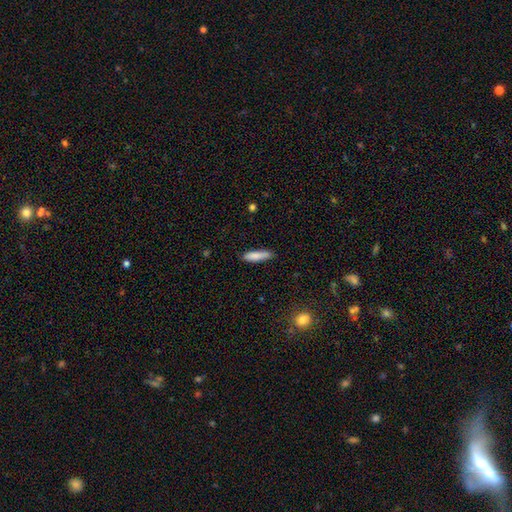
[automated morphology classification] smooth-or-featured: smooth: 85% | featured or disk: 9% | star or artifact: 6%
  how-rounded: cigar-shaped: 75% | in between: 24% | round: 2%
  merging: none: 83% | minor disturbance: 13% | major disturbance: 2% | merger: 1%